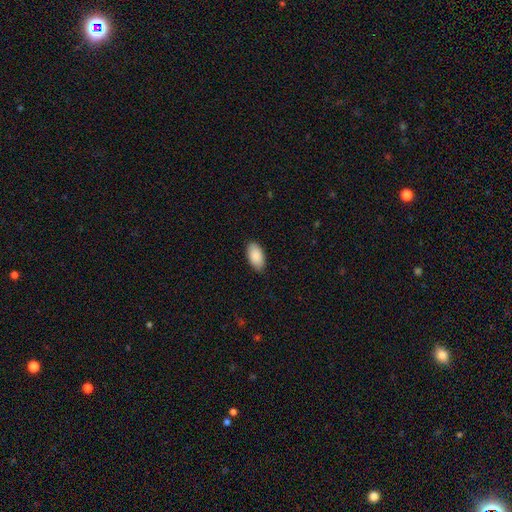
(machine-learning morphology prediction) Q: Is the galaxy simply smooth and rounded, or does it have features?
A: smooth — 90%.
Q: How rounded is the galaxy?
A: in between — 96%.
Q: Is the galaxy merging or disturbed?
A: none — 87%.